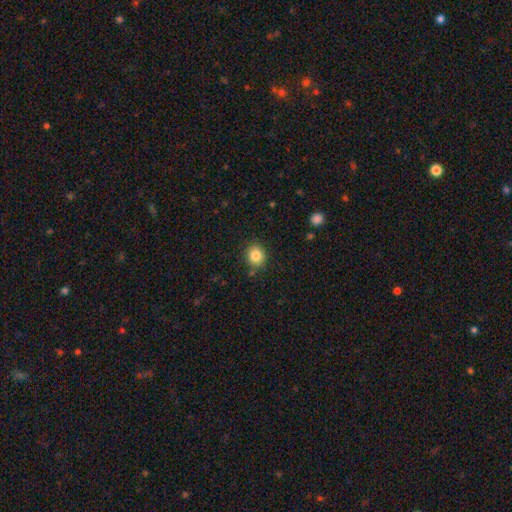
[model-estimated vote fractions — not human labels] Overall: smooth (84%). How rounded: round (76%). Merging: none (84%).